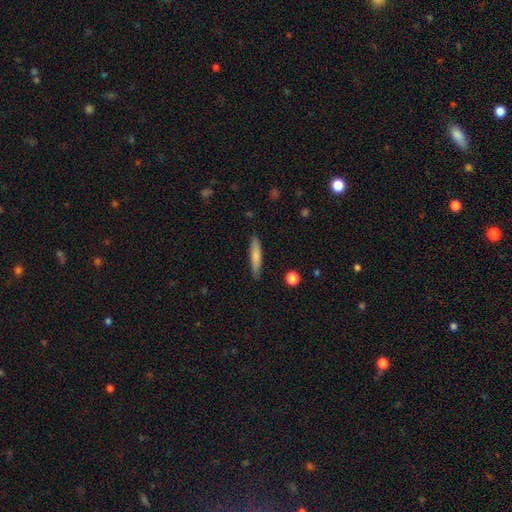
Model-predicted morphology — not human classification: Q: Smooth or featured?
A: smooth (76%); runner-up: featured or disk (18%)
Q: How rounded?
A: cigar-shaped (85%); runner-up: in between (13%)
Q: Merging?
A: none (87%); runner-up: minor disturbance (10%)